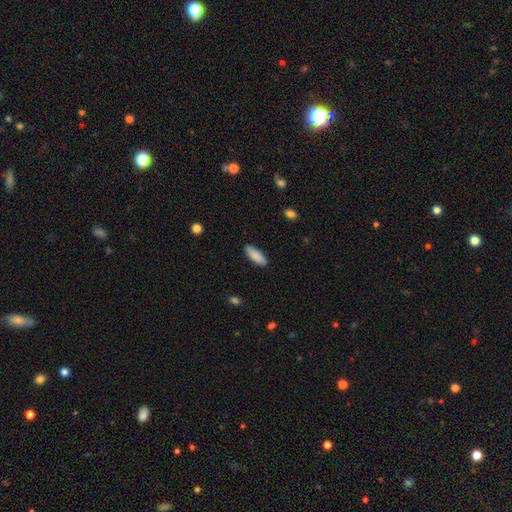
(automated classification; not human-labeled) Morphology: type=smooth (87%); roundness=in between (66%); merging=none (88%).